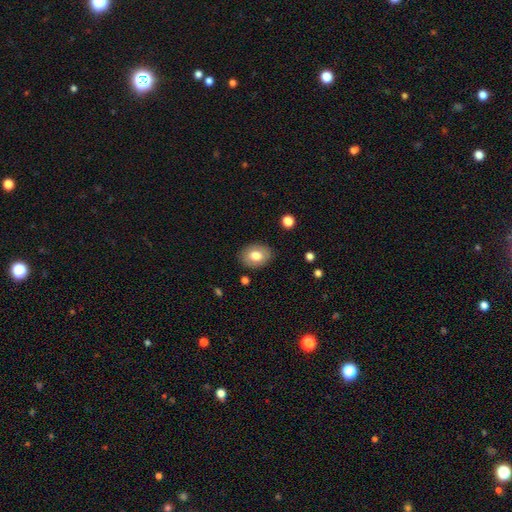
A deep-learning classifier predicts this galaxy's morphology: Overall: smooth (78%). How rounded: in between (67%; round 32%). Merging: none (86%).